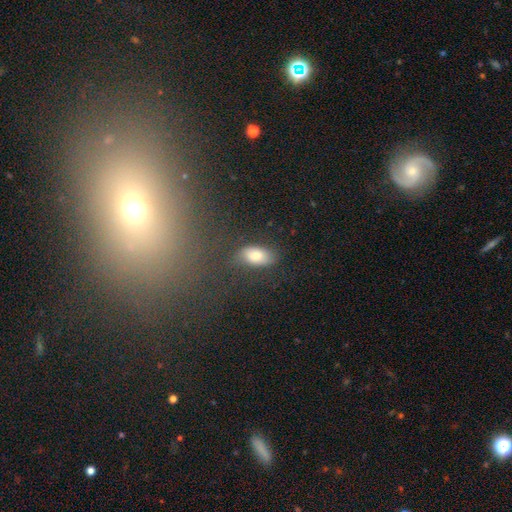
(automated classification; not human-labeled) smooth 78%, featured or disk 13%, star or artifact 9%. Down the decision tree: how rounded — in between (91%); merging — none (73%).